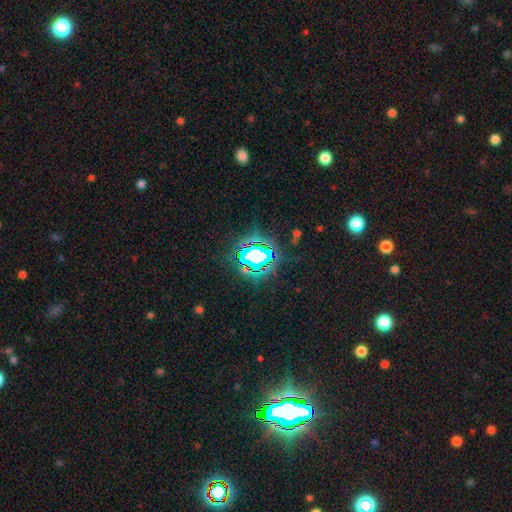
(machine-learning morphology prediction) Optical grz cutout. It shows a star or artifact, not a galaxy (70%).